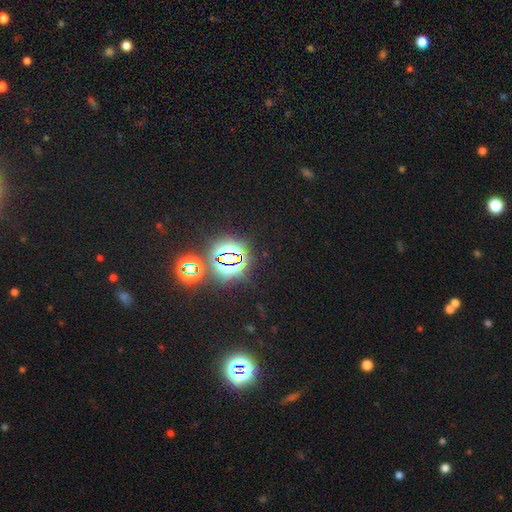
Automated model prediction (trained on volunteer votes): star or artifact 80%, smooth 14%, featured or disk 6%.